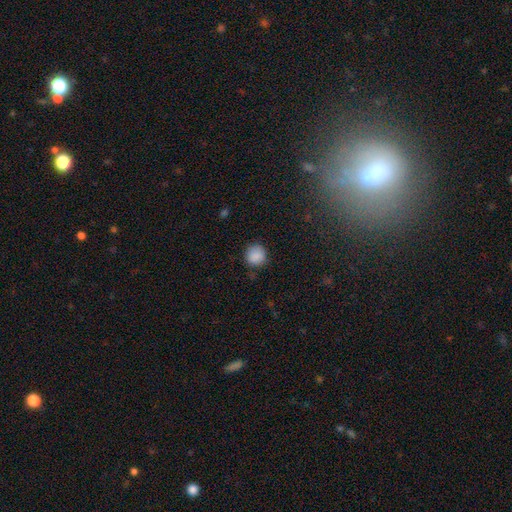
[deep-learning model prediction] Smooth or featured?
  - smooth: 88% *
  - star or artifact: 9%
  - featured or disk: 3%
How rounded?
  - round: 90% *
  - in between: 9%
  - cigar-shaped: 1%
Merging?
  - none: 85% *
  - minor disturbance: 11%
  - major disturbance: 3%
  - merger: 1%